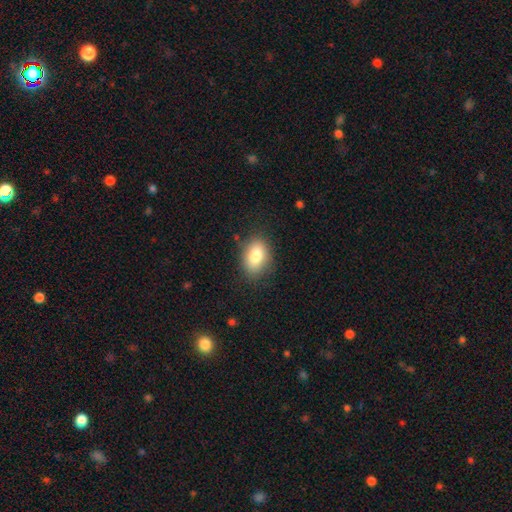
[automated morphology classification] Q: Smooth or featured?
A: smooth (80%); runner-up: featured or disk (12%)
Q: How rounded?
A: in between (81%); runner-up: round (18%)
Q: Merging?
A: none (81%); runner-up: minor disturbance (14%)